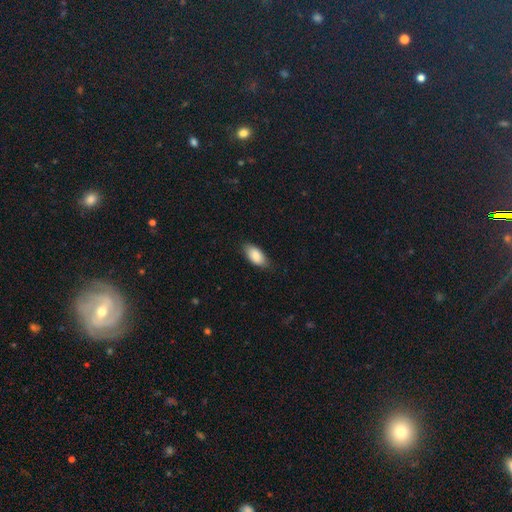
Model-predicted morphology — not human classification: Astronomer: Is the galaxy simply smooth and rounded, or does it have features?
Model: smooth — 85%.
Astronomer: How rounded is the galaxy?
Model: in between — 92%.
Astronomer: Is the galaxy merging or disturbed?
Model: none — 80%.